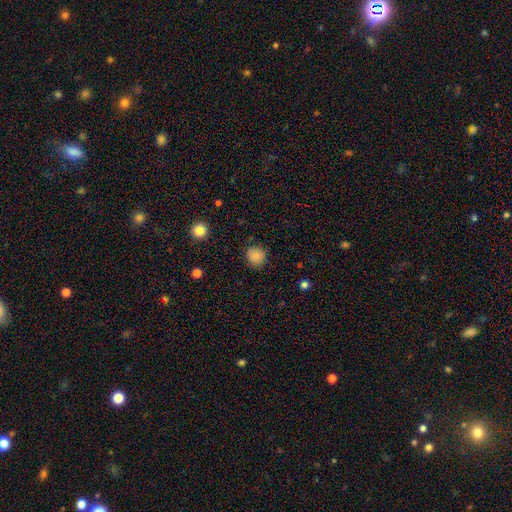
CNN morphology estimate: smooth_or_featured: smooth (p=0.85) [alt: star or artifact p=0.10]
how_rounded: round (p=0.92) [alt: in between p=0.07]
merging: none (p=0.86) [alt: minor disturbance p=0.10]